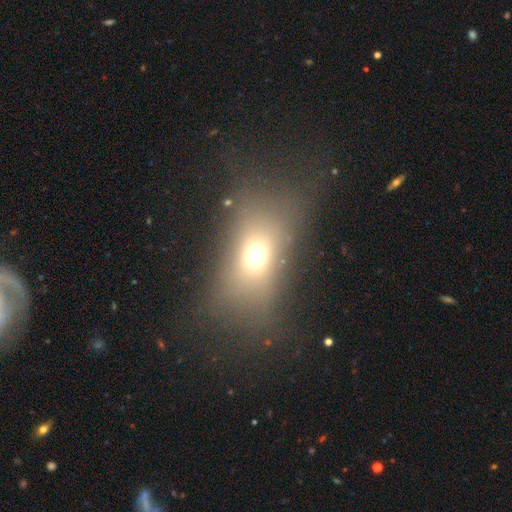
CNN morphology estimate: Smooth or featured? smooth (63%)
How rounded? in between (70%)
Merging? none (58%)